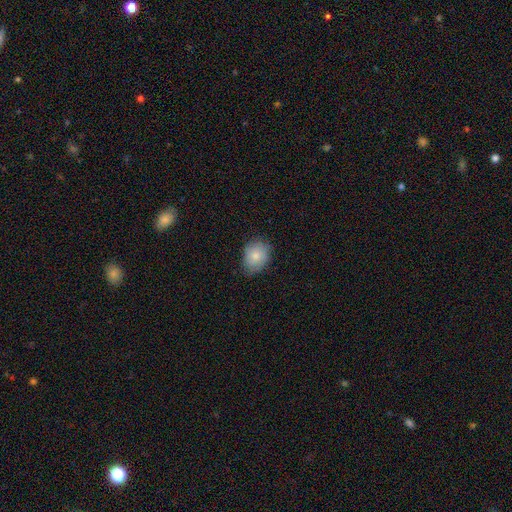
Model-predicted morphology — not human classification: Overall: smooth (81%). How rounded: in between (55%; round 44%). Merging: none (73%).